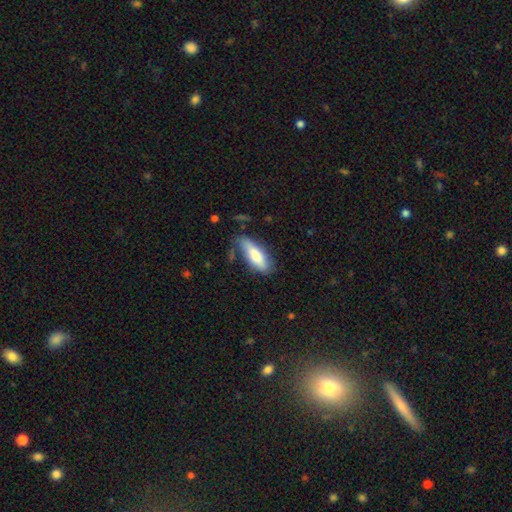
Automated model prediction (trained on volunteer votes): Smooth or featured? Predicted: smooth (p=0.79). How rounded? Predicted: in between (p=0.60). Merging? Predicted: none (p=0.66).